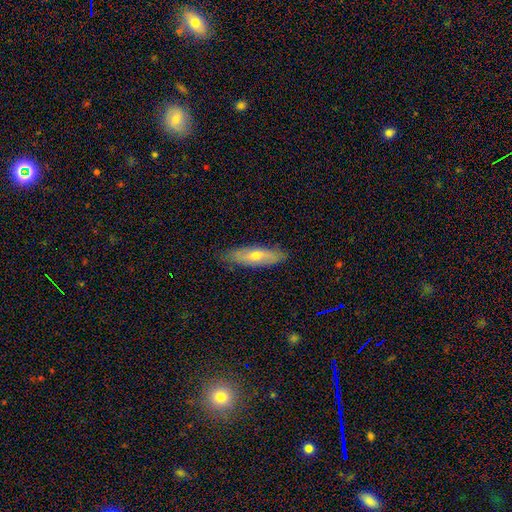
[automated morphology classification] A smooth galaxy with no disk features (49%).

Vote fractions:
- Smooth or featured? smooth: 49% / featured or disk: 44% / star or artifact: 7%
- Merging? none: 83% / minor disturbance: 13% / major disturbance: 2% / merger: 1%